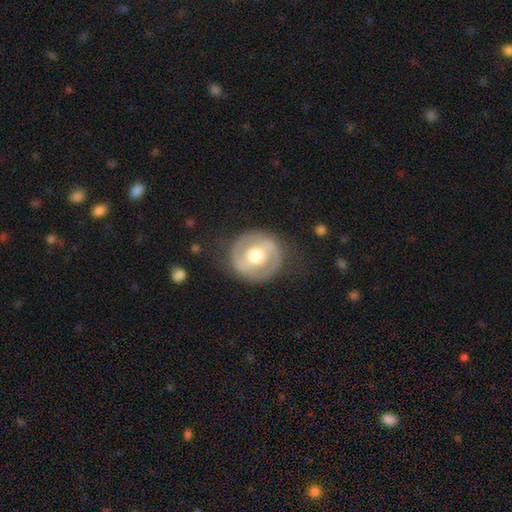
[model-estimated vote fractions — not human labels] Overall: featured or disk (67%; smooth 28%). Edge-on disk: no (97%). Bar: weak (38%; no 36%). Spiral arms: yes (60%; no 40%). Bulge size: moderate (69%). Merging: none (82%).